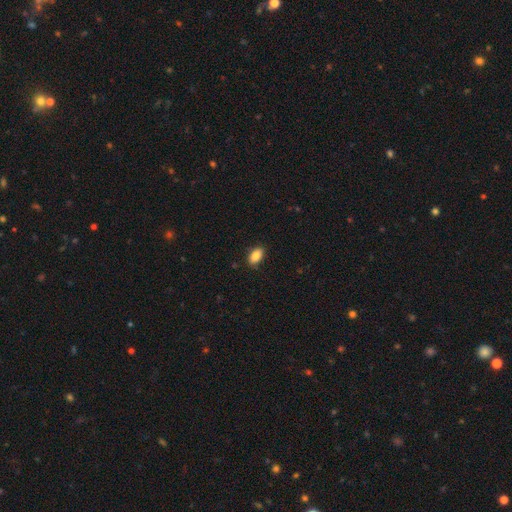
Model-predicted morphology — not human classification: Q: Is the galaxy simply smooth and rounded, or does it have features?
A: smooth — 87%.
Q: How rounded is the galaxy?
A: in between — 92%.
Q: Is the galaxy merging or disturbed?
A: none — 87%.